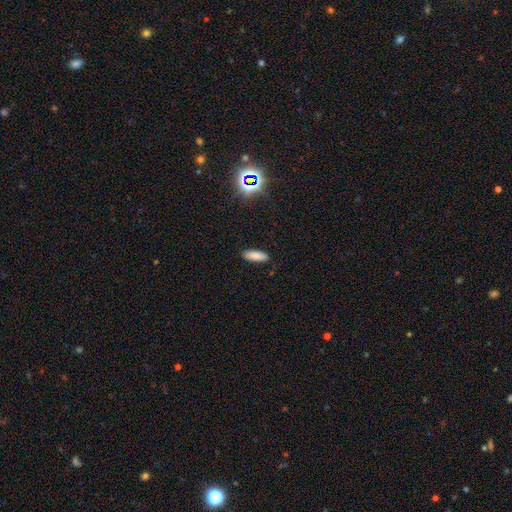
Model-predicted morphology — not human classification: This appears to be a smooth galaxy with no disk features (84%) that is in between round and cigar-shaped (56%). Merging: none (88%).